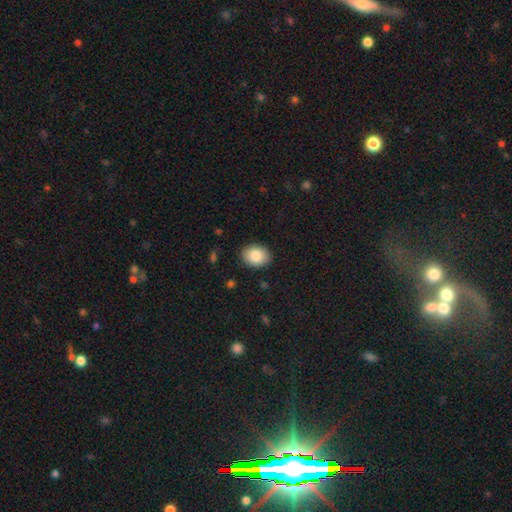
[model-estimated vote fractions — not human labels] smooth-or-featured: smooth: 86% | featured or disk: 7% | star or artifact: 7%
  how-rounded: in between: 70% | round: 29% | cigar-shaped: 1%
  merging: none: 88% | minor disturbance: 9% | major disturbance: 2% | merger: 1%